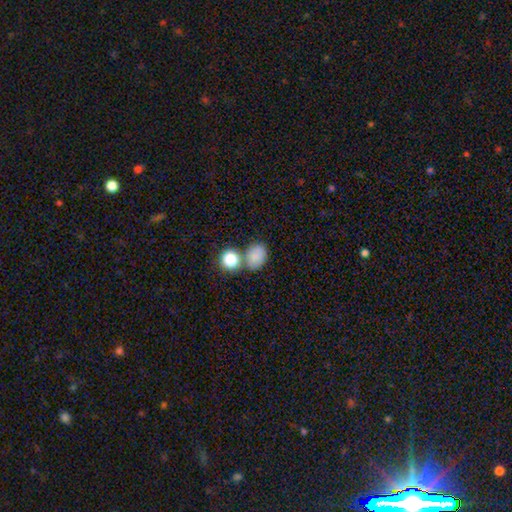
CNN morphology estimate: Smooth or featured? smooth (84%)
How rounded? in between (59%)
Merging? none (50%)